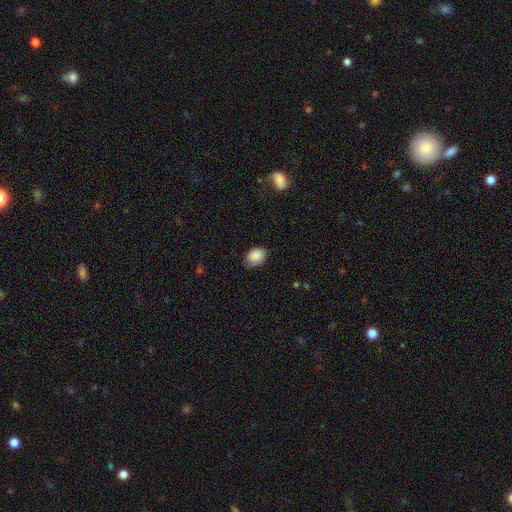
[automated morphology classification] Smooth or featured: smooth — 87% (star or artifact — 8%)
How rounded: in between — 61% (round — 38%)
Merging: none — 74% (minor disturbance — 21%)